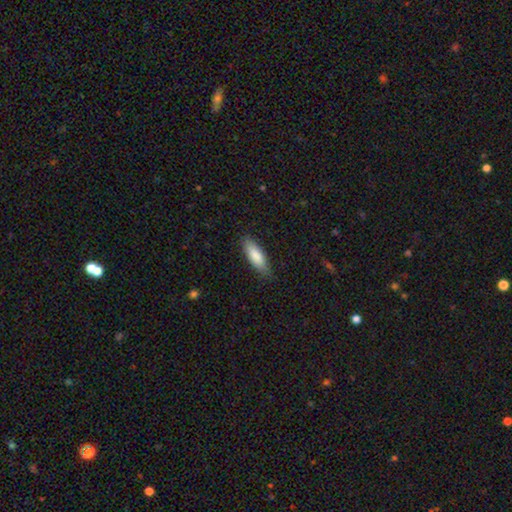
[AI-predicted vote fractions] A smooth galaxy with no disk features (84%) that is in between round and cigar-shaped (60%).

Vote fractions:
- Smooth or featured? smooth: 84% / featured or disk: 11% / star or artifact: 6%
- How rounded? in between: 60% / cigar-shaped: 39% / round: 2%
- Merging? none: 82% / minor disturbance: 14% / major disturbance: 3% / merger: 1%